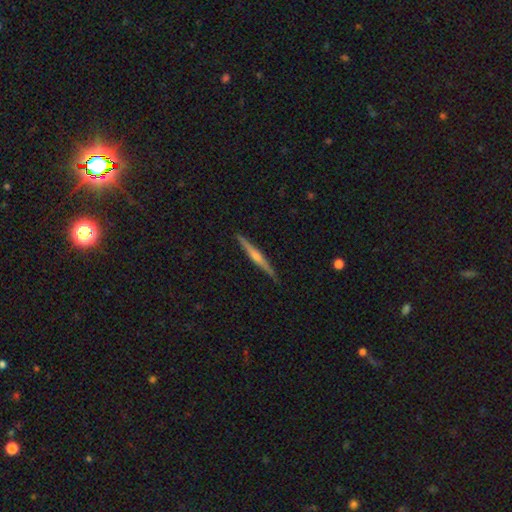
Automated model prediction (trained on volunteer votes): Morphology: type=featured or disk (73%); edge-on=yes (98%); edge-on bulge=rounded (74%); merging=none (90%).